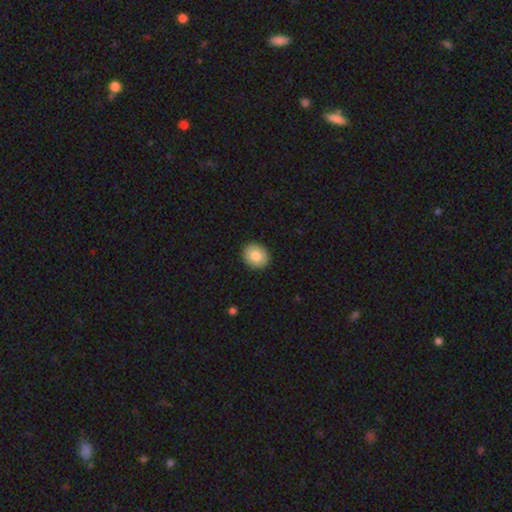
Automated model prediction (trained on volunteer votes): Smooth or featured?
  - smooth: 82% *
  - featured or disk: 10%
  - star or artifact: 8%
How rounded?
  - round: 67% *
  - in between: 32%
  - cigar-shaped: 1%
Merging?
  - none: 91% *
  - minor disturbance: 7%
  - major disturbance: 2%
  - merger: 1%